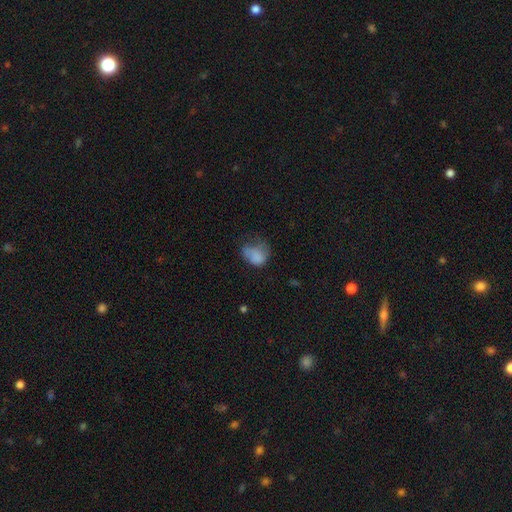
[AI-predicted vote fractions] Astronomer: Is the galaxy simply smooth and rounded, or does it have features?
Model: smooth — 70%.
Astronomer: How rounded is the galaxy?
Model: in between — 64%.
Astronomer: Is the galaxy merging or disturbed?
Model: major disturbance — 37% (runner-up: minor disturbance, 31%).